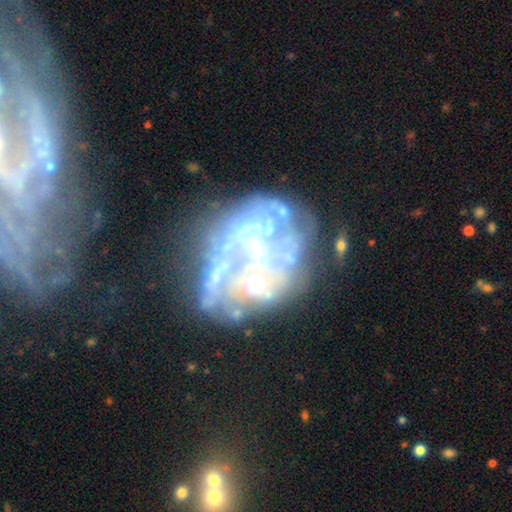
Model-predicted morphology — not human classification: featured or disk 76%, star or artifact 14%, smooth 10%. Down the decision tree: edge-on disk — no (98%); bar — no (73%); spiral arms — no (59%); bulge size — moderate (37%); merging — none (36%).